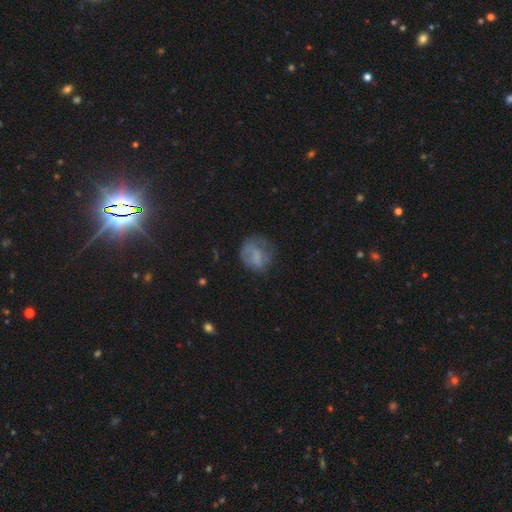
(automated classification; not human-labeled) This appears to be a smooth galaxy with no disk features (57%) that is round (70%). Merging: none (52%).